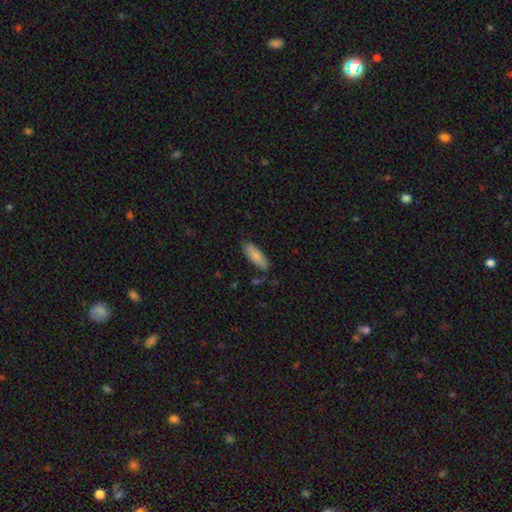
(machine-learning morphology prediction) smooth 83%, featured or disk 12%, star or artifact 6%. Down the decision tree: how rounded — in between (65%); merging — none (81%).